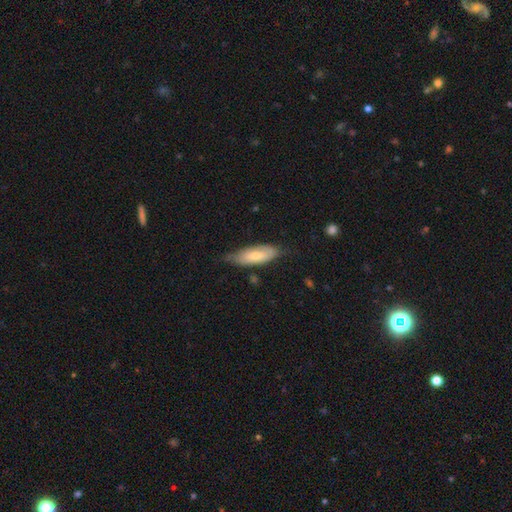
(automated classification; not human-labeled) Q: Smooth or featured?
A: smooth (64%); runner-up: featured or disk (31%)
Q: How rounded?
A: in between (71%); runner-up: cigar-shaped (27%)
Q: Merging?
A: none (59%); runner-up: minor disturbance (32%)